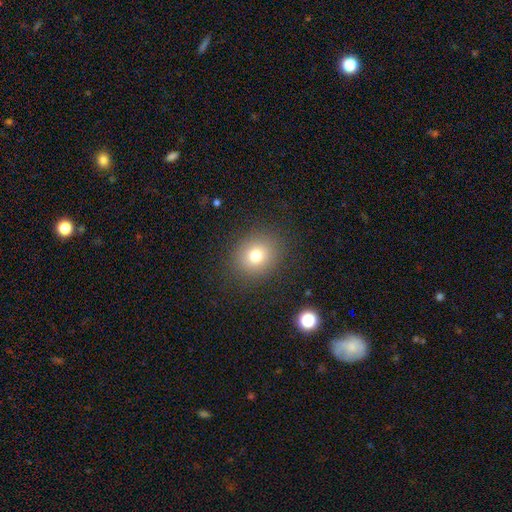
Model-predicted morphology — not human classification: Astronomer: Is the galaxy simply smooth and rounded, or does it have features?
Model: smooth — 75%.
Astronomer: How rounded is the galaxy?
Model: round — 74%.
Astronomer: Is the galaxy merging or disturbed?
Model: none — 87%.